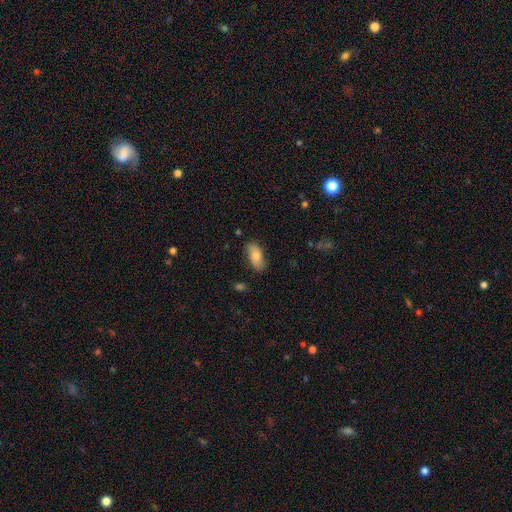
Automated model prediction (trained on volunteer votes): A smooth galaxy with no disk features (73%) that is in between round and cigar-shaped (90%).

Vote fractions:
- Smooth or featured? smooth: 73% / featured or disk: 21% / star or artifact: 7%
- How rounded? in between: 90% / cigar-shaped: 6% / round: 4%
- Merging? none: 78% / minor disturbance: 17% / major disturbance: 4% / merger: 2%